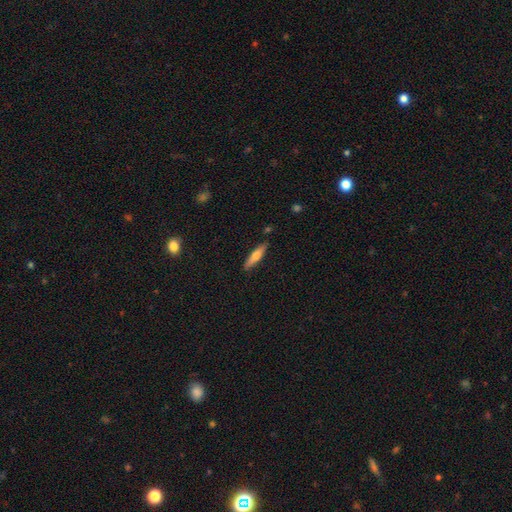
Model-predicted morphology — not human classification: smooth-or-featured: smooth: 59% | featured or disk: 35% | star or artifact: 6%
  how-rounded: cigar-shaped: 80% | in between: 18% | round: 2%
  merging: none: 86% | minor disturbance: 10% | merger: 2% | major disturbance: 2%